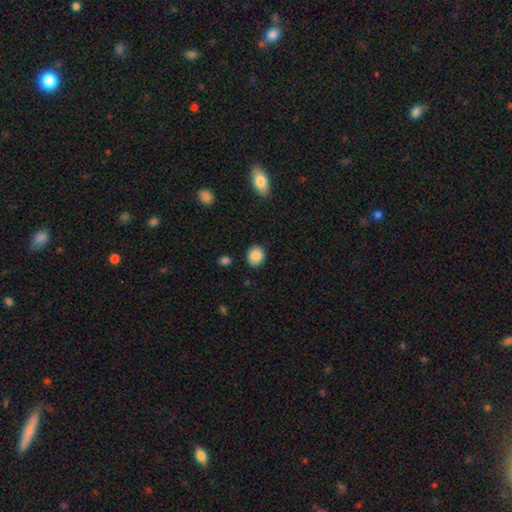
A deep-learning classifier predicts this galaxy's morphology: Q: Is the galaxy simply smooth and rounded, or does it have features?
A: smooth — 88%.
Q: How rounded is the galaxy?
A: round — 73%.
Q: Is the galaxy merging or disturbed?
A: none — 87%.